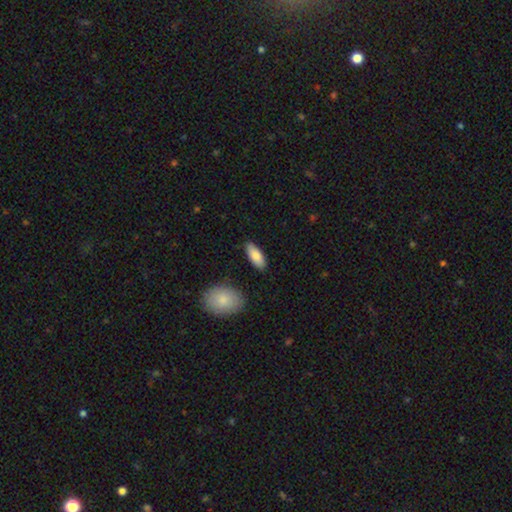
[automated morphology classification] A smooth galaxy with no disk features (84%) that is in between round and cigar-shaped (82%). Merging: none (85%).